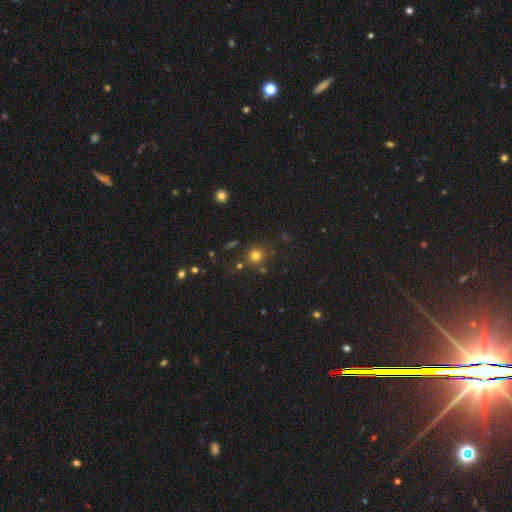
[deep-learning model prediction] smooth 76%, star or artifact 17%, featured or disk 7%. Down the decision tree: how rounded — round (88%); merging — none (81%).